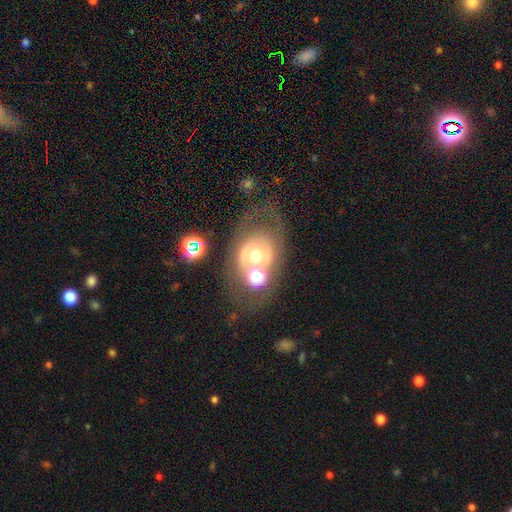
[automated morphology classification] smooth-or-featured: featured or disk: 51% | smooth: 33% | star or artifact: 16%
  disk-edge-on: no: 94% | yes: 6%
  merging: none: 46% | major disturbance: 19% | merger: 18% | minor disturbance: 17%